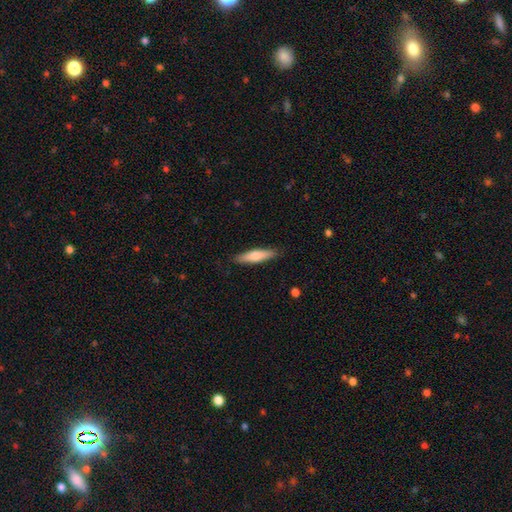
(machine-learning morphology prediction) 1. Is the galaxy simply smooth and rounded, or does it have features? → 68% smooth, 27% featured or disk, 5% star or artifact.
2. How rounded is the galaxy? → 75% cigar-shaped, 23% in between, 2% round.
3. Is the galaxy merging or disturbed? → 88% none, 9% minor disturbance, 2% major disturbance, 1% merger.